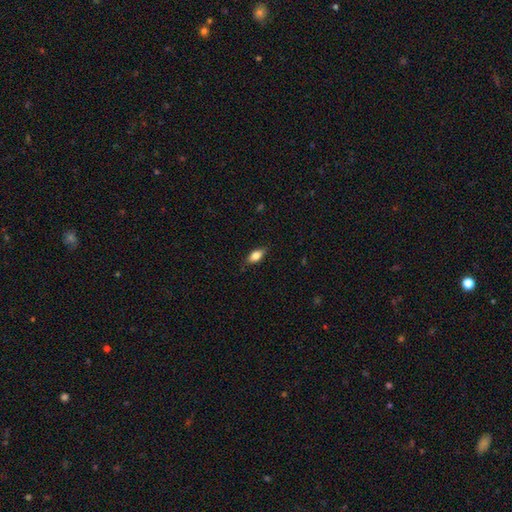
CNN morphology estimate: This appears to be a smooth galaxy with no disk features (78%) that is in between round and cigar-shaped (86%). Merging: none (83%).